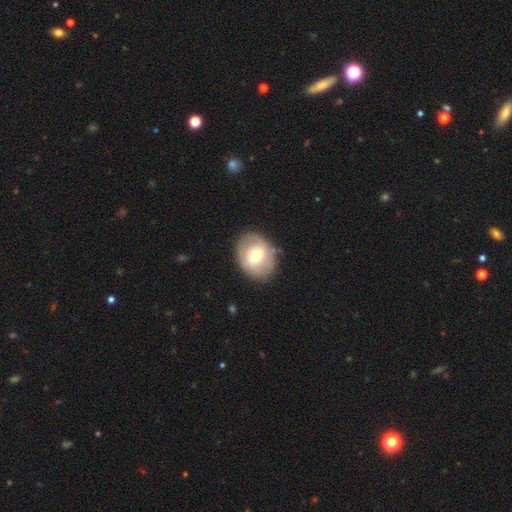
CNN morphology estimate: smooth-or-featured: smooth: 60% | featured or disk: 33% | star or artifact: 7%
  how-rounded: round: 50% | in between: 49% | cigar-shaped: 1%
  merging: none: 79% | minor disturbance: 15% | major disturbance: 5% | merger: 2%